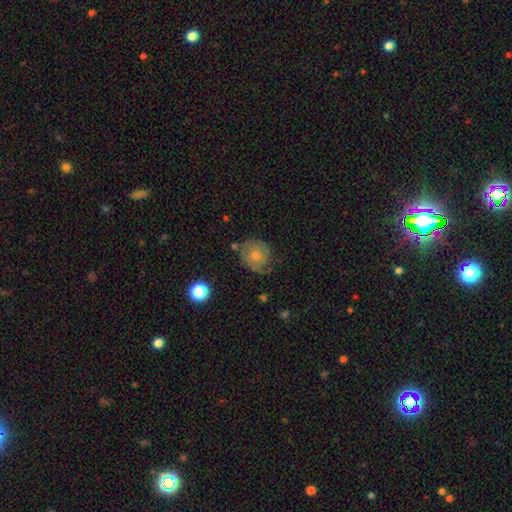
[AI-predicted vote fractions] smooth-or-featured: featured or disk: 59% | smooth: 31% | star or artifact: 10%
  disk-edge-on: no: 97% | yes: 3%
    bar: no: 82% | weak: 16% | strong: 2%
    has-spiral-arms: yes: 85% | no: 15%
    bulge-size: small: 51% | moderate: 43% | none: 3% | large: 2% | dominant: 1%
  merging: none: 67% | minor disturbance: 22% | major disturbance: 9% | merger: 2%